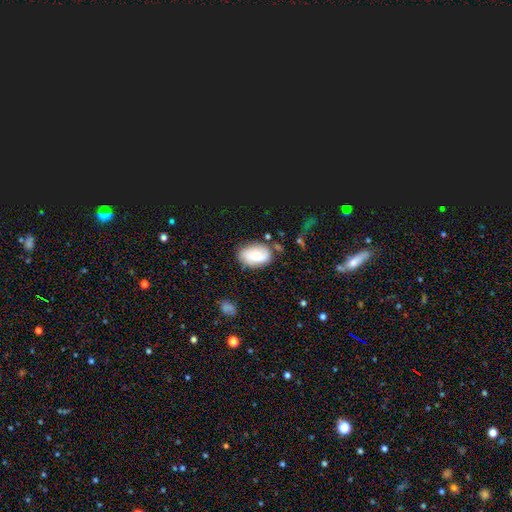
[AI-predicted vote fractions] This is likely a smooth galaxy (61%). How rounded: clearly in between (86%). Merging: likely none (70%).